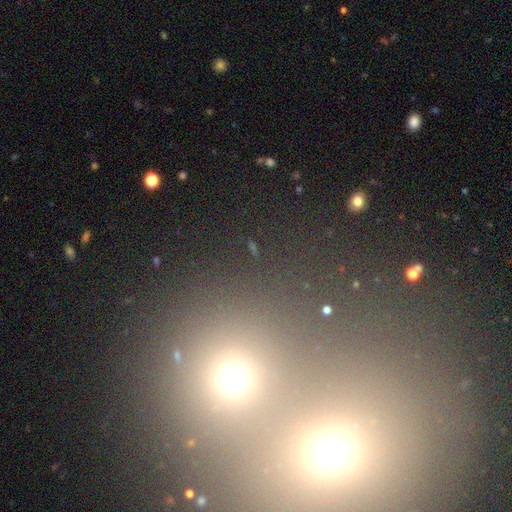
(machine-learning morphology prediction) A smooth galaxy with no disk features (44%, tied with star or artifact).

Vote fractions:
- Smooth or featured? smooth: 44% (tied) / star or artifact: 44% (tied) / featured or disk: 12%
- Merging? merger: 50% / none: 41% / minor disturbance: 6% / major disturbance: 4%